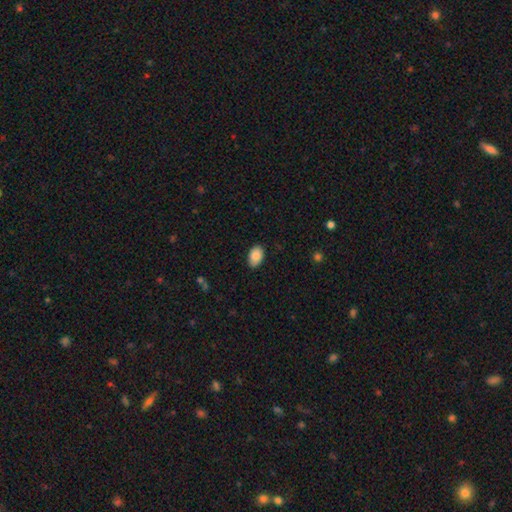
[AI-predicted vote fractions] This appears to be a smooth galaxy with no disk features (88%) that is in between round and cigar-shaped (91%). Merging: none (85%).